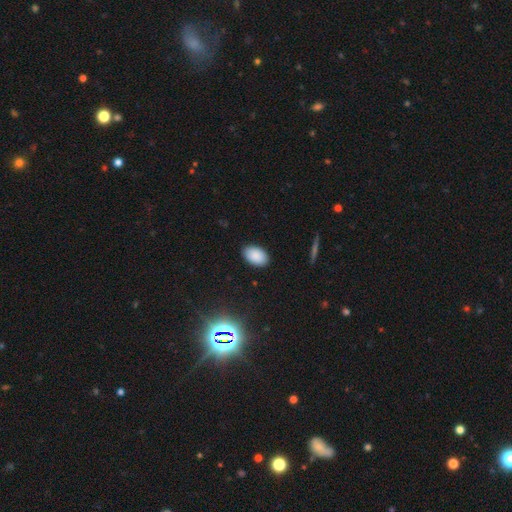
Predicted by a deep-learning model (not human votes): Smooth or featured? smooth (88%)
How rounded? in between (92%)
Merging? none (88%)